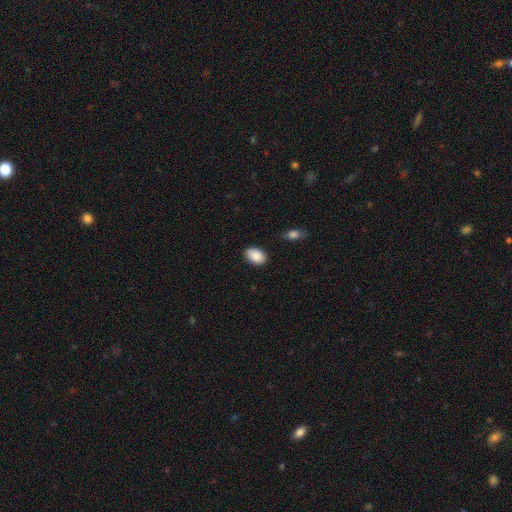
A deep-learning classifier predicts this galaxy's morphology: type=smooth (89%); roundness=in between (87%); merging=none (86%).